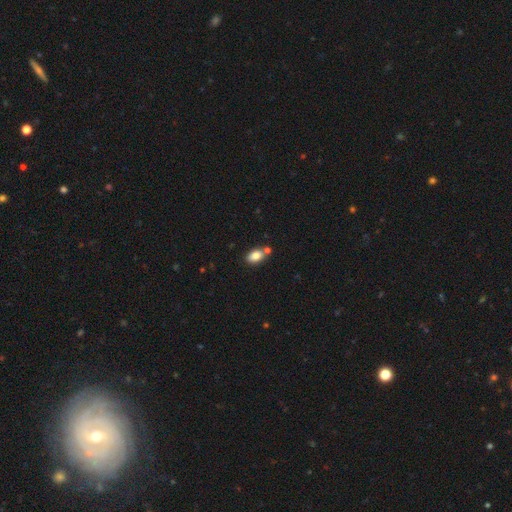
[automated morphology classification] Smooth or featured? Predicted: smooth (p=0.82). How rounded? Predicted: in between (p=0.88). Merging? Predicted: none (p=0.66).